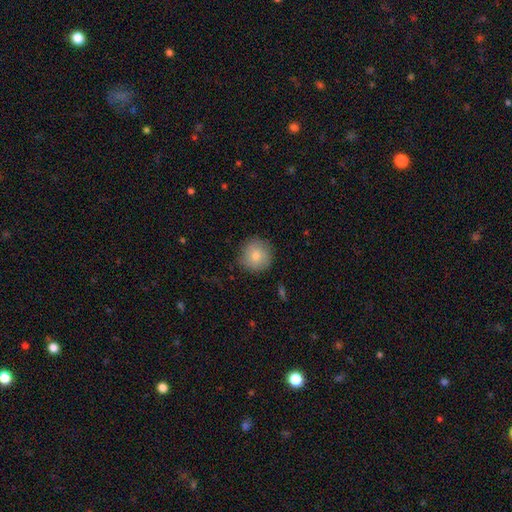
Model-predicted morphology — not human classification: smooth-or-featured: smooth: 76% | featured or disk: 15% | star or artifact: 9%
  how-rounded: round: 94% | in between: 5% | cigar-shaped: 1%
  merging: none: 84% | minor disturbance: 12% | major disturbance: 3% | merger: 1%